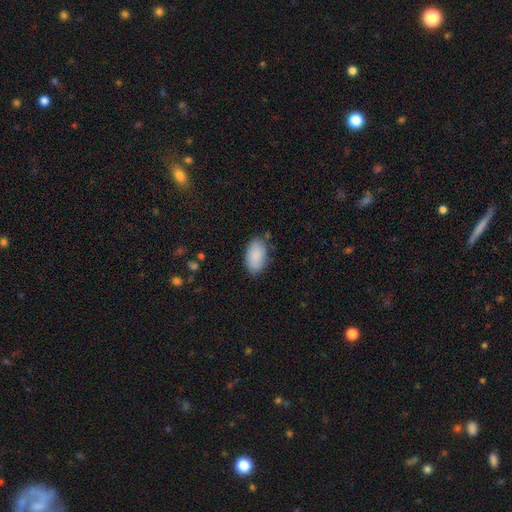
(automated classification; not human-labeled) The model was most divided on "merging": none: 76%, minor disturbance: 18%, major disturbance: 4%, merger: 2%. More confident: how rounded — in between (94%); smooth or featured — smooth (89%).